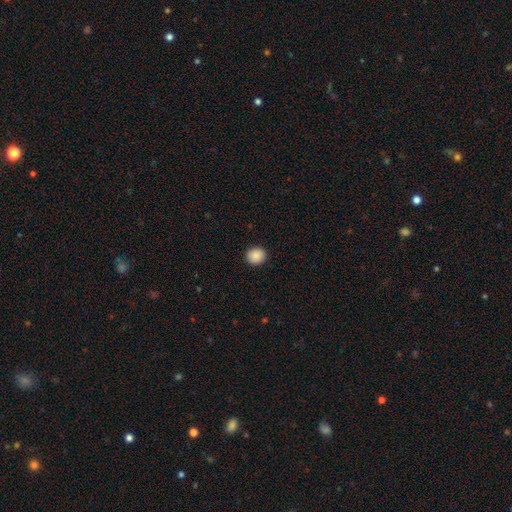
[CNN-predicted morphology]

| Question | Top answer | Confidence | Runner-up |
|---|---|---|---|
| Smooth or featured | smooth | 89% | star or artifact (8%) |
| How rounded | round | 83% | in between (17%) |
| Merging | none | 91% | minor disturbance (6%) |